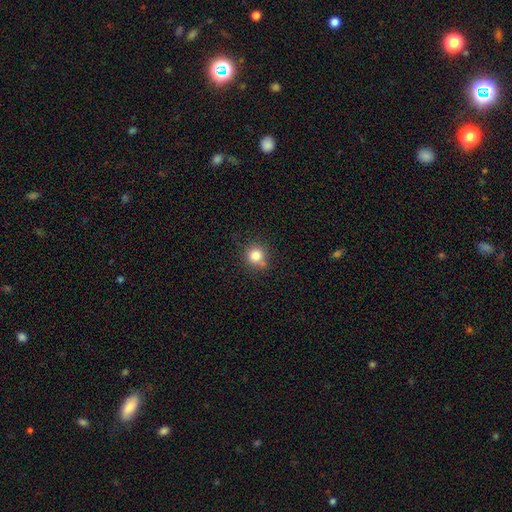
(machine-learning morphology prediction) Overall: smooth (81%). How rounded: round (91%). Merging: none (75%).